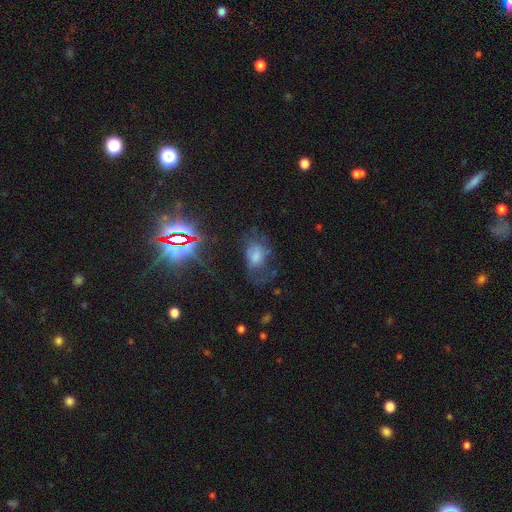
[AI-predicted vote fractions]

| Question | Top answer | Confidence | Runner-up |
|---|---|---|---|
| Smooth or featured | star or artifact | 37% | featured or disk (34%) |